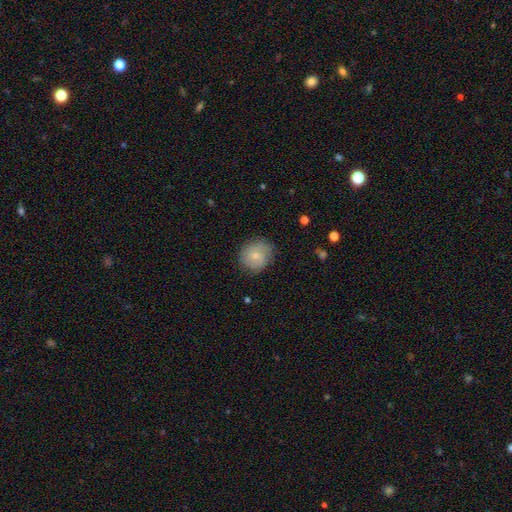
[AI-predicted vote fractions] Q: Smooth or featured?
A: smooth (60%); runner-up: featured or disk (32%)
Q: How rounded?
A: round (82%); runner-up: in between (17%)
Q: Merging?
A: none (76%); runner-up: minor disturbance (18%)